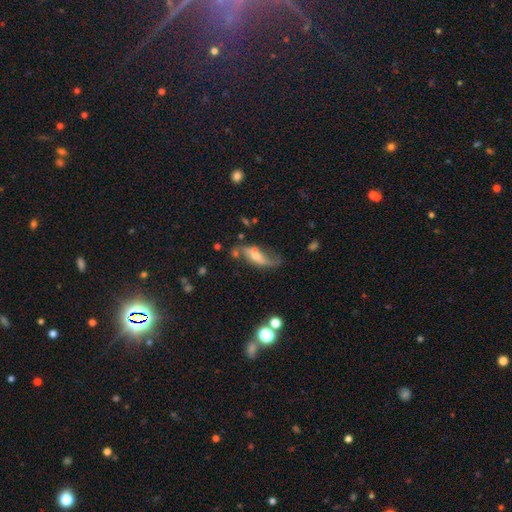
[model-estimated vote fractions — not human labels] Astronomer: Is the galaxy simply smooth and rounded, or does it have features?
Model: featured or disk — 66%.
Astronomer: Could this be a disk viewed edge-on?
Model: no — 80%.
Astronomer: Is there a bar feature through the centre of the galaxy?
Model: no — 48% (runner-up: weak, 33%).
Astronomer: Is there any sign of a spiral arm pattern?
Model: yes — 84%.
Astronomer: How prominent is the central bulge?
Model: moderate — 50% (runner-up: small, 37%).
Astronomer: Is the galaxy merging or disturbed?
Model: none — 51%.